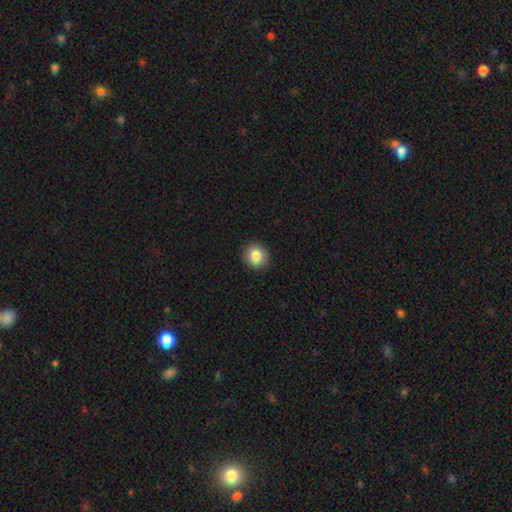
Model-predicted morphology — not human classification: A smooth galaxy with no disk features (85%) that is round (86%). Merging: none (92%).